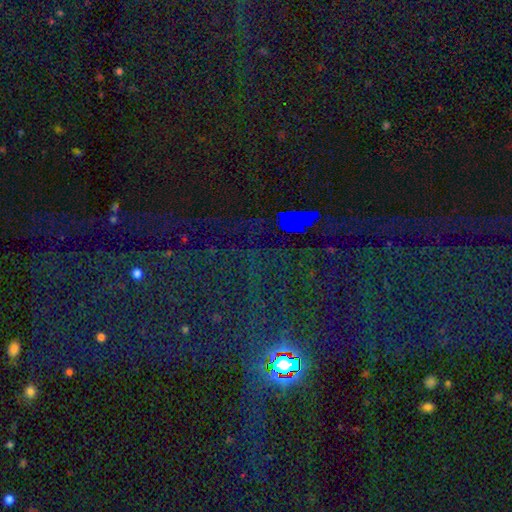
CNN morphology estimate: The model was most divided on "smooth or featured": star or artifact: 85%, smooth: 8%, featured or disk: 7%.